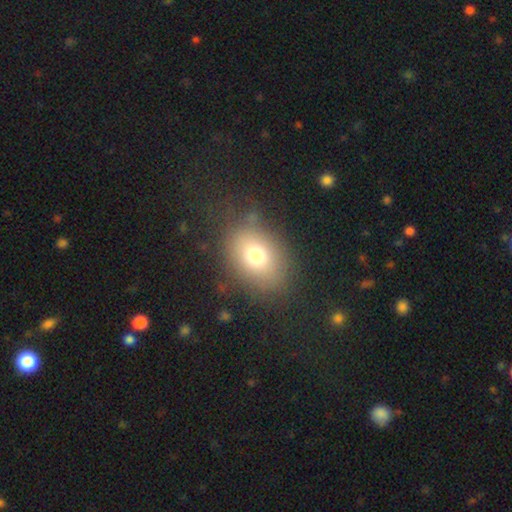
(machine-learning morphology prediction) smooth_or_featured: smooth (p=0.74) [alt: featured or disk p=0.14]
how_rounded: in between (p=0.71) [alt: round p=0.28]
merging: none (p=0.73) [alt: minor disturbance p=0.16]